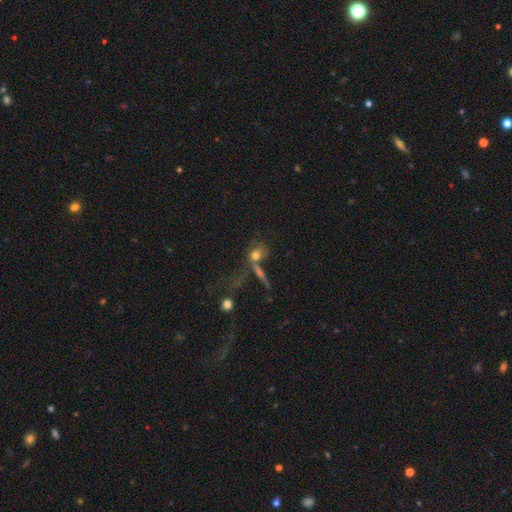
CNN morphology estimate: Smooth or featured?
  - smooth: 62% *
  - featured or disk: 24%
  - star or artifact: 15%
How rounded?
  - round: 53% *
  - in between: 39%
  - cigar-shaped: 8%
Merging?
  - none: 40% *
  - merger: 33%
  - major disturbance: 14%
  - minor disturbance: 13%